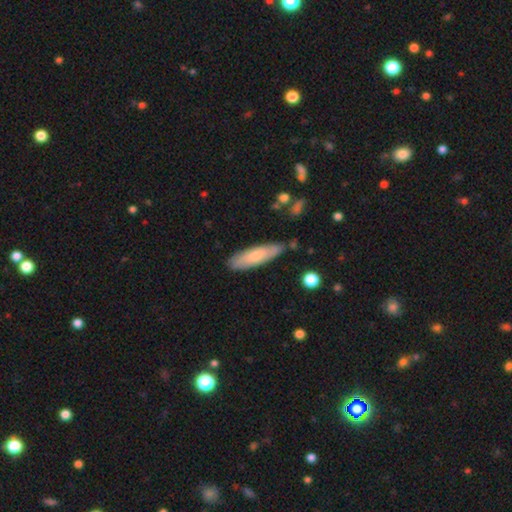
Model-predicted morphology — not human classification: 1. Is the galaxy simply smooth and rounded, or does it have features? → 70% smooth, 25% featured or disk, 6% star or artifact.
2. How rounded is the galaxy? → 66% cigar-shaped, 33% in between, 2% round.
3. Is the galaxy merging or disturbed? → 78% none, 17% minor disturbance, 3% merger, 3% major disturbance.